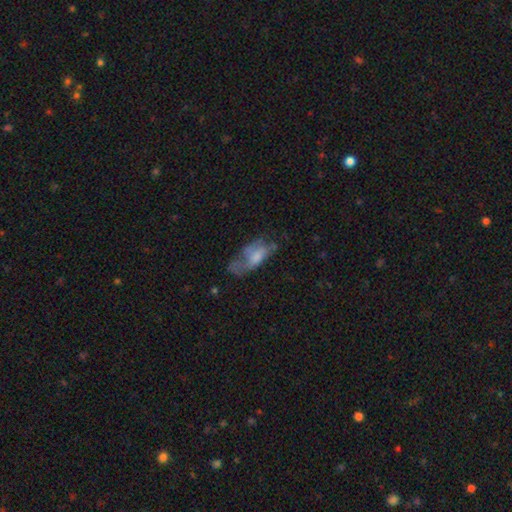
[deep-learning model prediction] smooth_or_featured: smooth (p=0.55) [alt: featured or disk p=0.36]
how_rounded: in between (p=0.84) [alt: cigar-shaped p=0.12]
merging: major disturbance (p=0.40) [alt: none p=0.28]